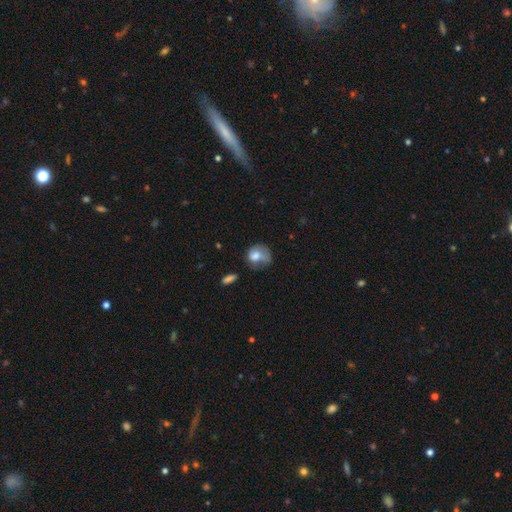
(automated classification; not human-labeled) Smooth or featured? smooth (69%)
How rounded? round (59%)
Merging? none (33%, tied with minor disturbance)